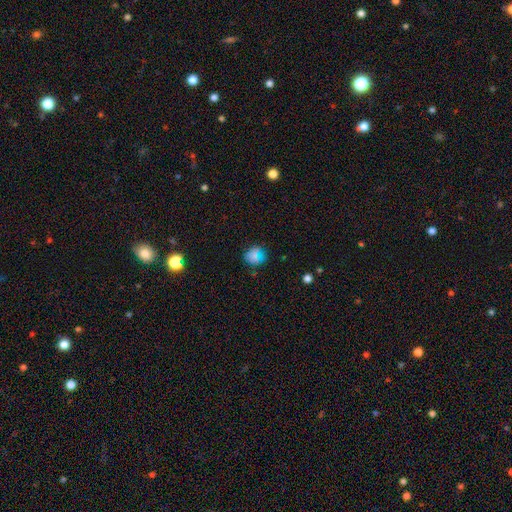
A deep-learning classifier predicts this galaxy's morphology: smooth 66%, star or artifact 24%, featured or disk 10%. Down the decision tree: how rounded — round (85%); merging — none (81%).